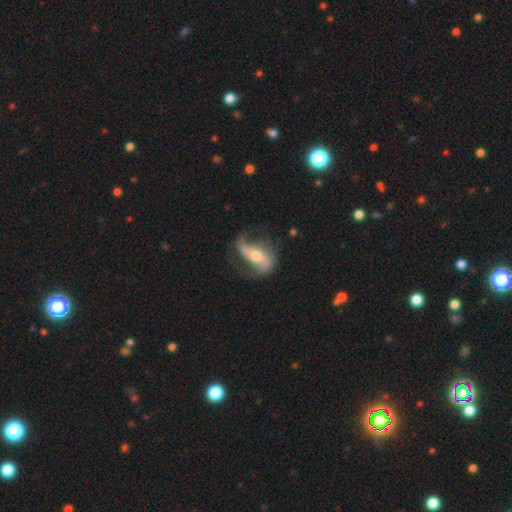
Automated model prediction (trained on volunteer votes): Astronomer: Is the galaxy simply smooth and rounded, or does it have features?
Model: featured or disk — 78%.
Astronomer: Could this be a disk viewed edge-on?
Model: no — 89%.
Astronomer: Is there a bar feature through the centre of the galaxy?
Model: strong — 44% (runner-up: no, 29%).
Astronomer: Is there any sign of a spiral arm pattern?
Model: yes — 89%.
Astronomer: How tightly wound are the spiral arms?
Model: loose — 66%.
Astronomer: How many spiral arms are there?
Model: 2 — 85%.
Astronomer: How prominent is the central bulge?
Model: moderate — 61%.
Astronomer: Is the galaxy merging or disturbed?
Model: none — 60%.